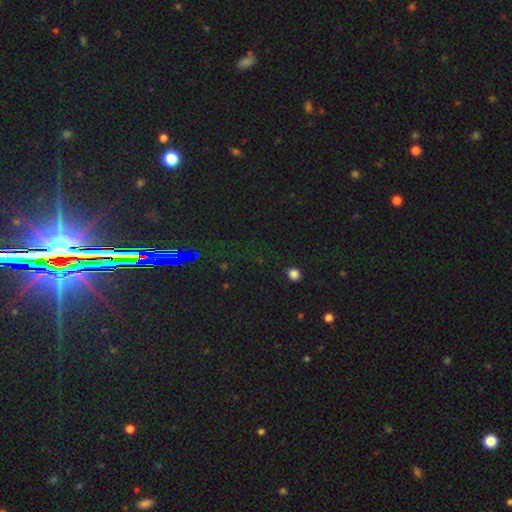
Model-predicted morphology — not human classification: Smooth or featured?
  - star or artifact: 80% *
  - featured or disk: 11%
  - smooth: 9%